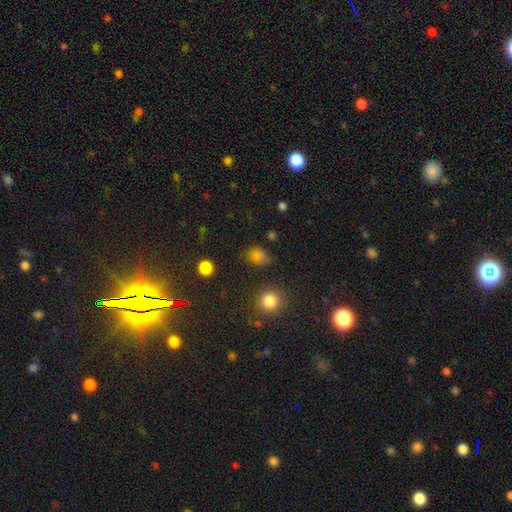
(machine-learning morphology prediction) Smooth or featured: smooth — 72% (star or artifact — 20%)
How rounded: in between — 52% (round — 47%)
Merging: none — 75% (minor disturbance — 16%)